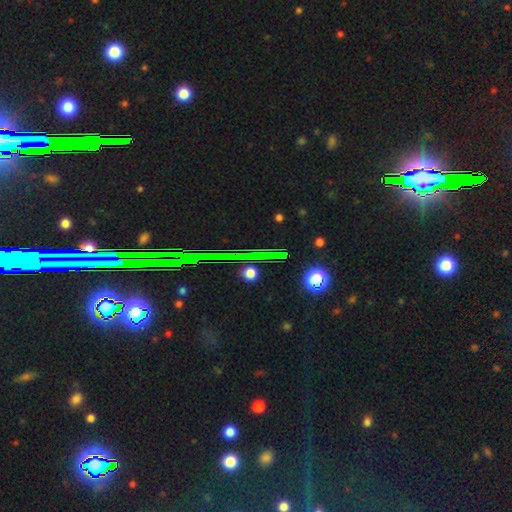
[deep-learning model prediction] smooth-or-featured: star or artifact: 82% | smooth: 9% | featured or disk: 9%